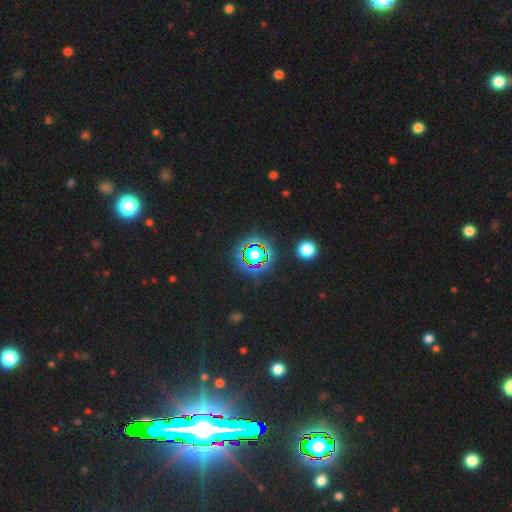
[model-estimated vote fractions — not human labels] A star or artifact, not a galaxy (79%).

Vote fractions:
- Smooth or featured? star or artifact: 79% / smooth: 13% / featured or disk: 8%